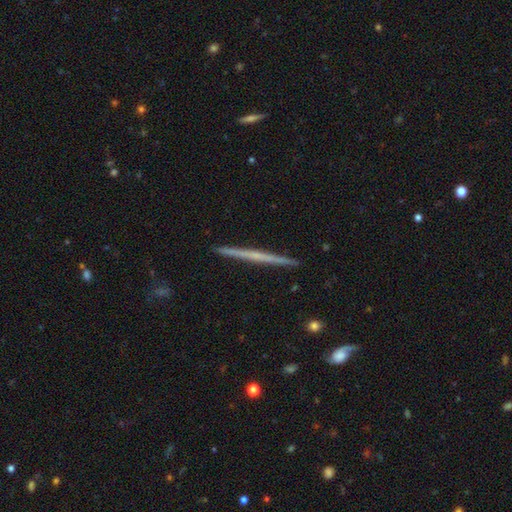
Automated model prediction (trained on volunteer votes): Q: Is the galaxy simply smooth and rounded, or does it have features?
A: featured or disk — 66%.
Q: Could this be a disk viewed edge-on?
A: yes — 98%.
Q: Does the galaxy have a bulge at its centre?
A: none — 75%.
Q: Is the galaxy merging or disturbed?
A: none — 93%.